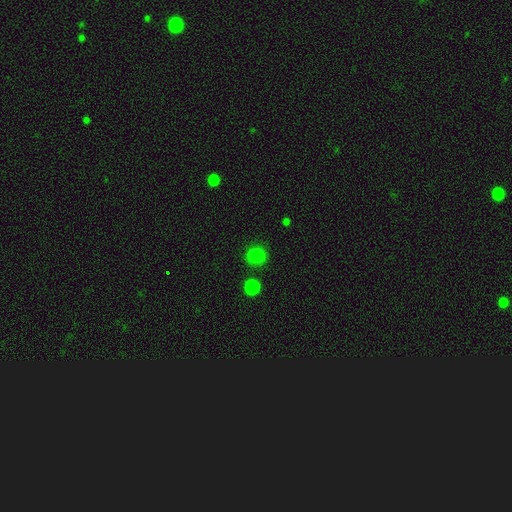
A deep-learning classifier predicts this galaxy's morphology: Q: Smooth or featured?
A: smooth (82%); runner-up: star or artifact (14%)
Q: How rounded?
A: round (85%); runner-up: in between (14%)
Q: Merging?
A: none (85%); runner-up: minor disturbance (8%)